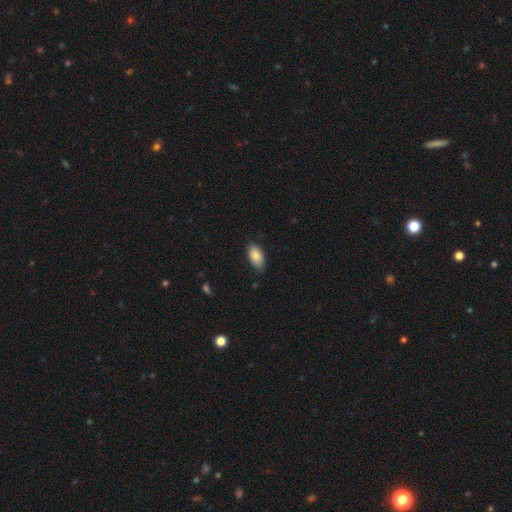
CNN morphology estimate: A smooth galaxy with no disk features (85%) that is in between round and cigar-shaped (93%).

Vote fractions:
- Smooth or featured? smooth: 85% / featured or disk: 8% / star or artifact: 7%
- How rounded? in between: 93% / round: 3% / cigar-shaped: 3%
- Merging? none: 79% / minor disturbance: 17% / major disturbance: 3% / merger: 1%